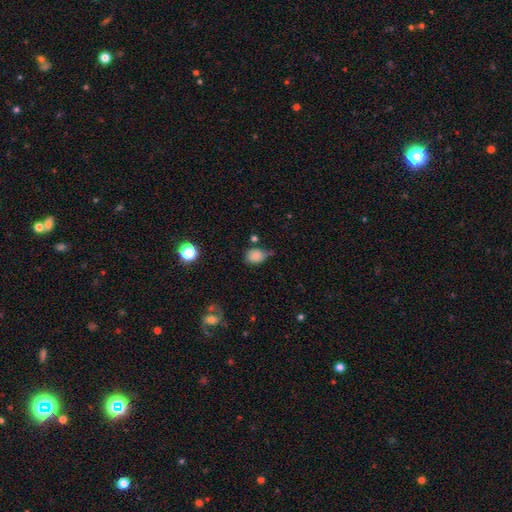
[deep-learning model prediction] This is likely a smooth galaxy (77%). How rounded: possibly in between (51%). Merging: marginally none (44%).